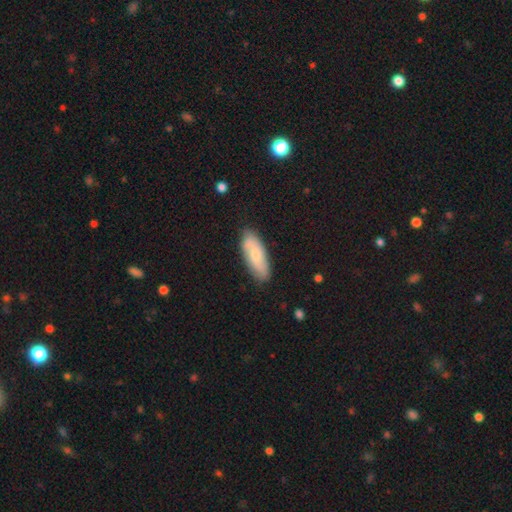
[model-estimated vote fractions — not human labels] Smooth or featured? smooth (57%)
How rounded? in between (73%)
Merging? none (81%)